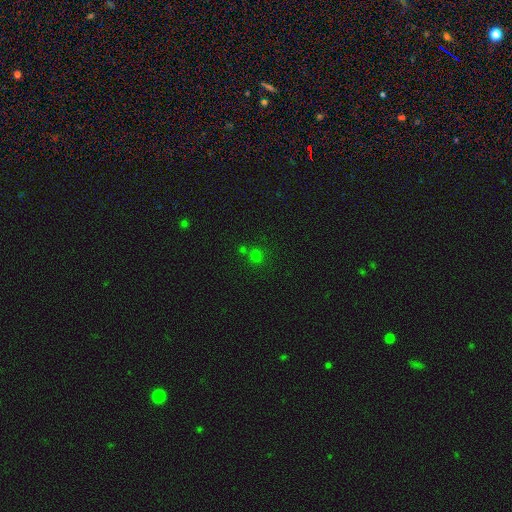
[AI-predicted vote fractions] Smooth or featured: smooth — 64% (star or artifact — 30%)
How rounded: round — 87% (in between — 12%)
Merging: none — 70% (merger — 18%)